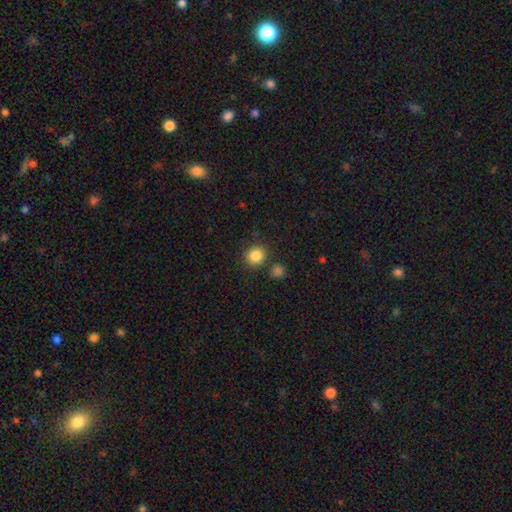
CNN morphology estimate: Smooth or featured? smooth (85%)
How rounded? round (85%)
Merging? none (83%)